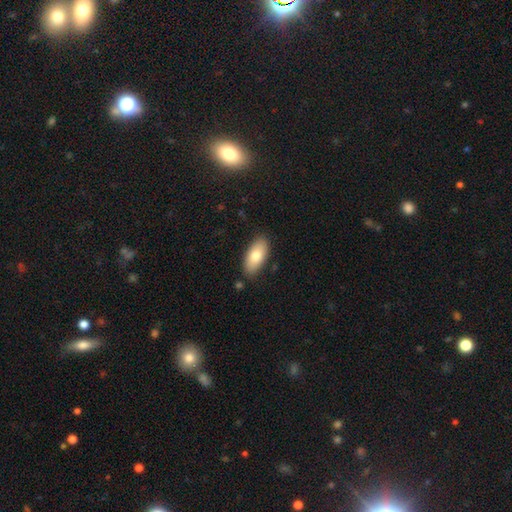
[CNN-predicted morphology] Smooth or featured?
  - smooth: 78% *
  - featured or disk: 16%
  - star or artifact: 6%
How rounded?
  - in between: 91% *
  - cigar-shaped: 6%
  - round: 3%
Merging?
  - none: 84% *
  - minor disturbance: 11%
  - major disturbance: 2%
  - merger: 2%